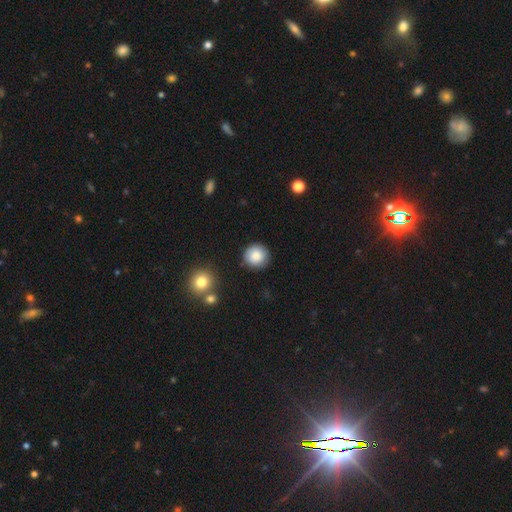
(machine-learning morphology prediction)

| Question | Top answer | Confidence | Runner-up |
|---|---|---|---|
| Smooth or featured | smooth | 86% | star or artifact (8%) |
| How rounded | round | 95% | in between (4%) |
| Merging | none | 88% | minor disturbance (8%) |